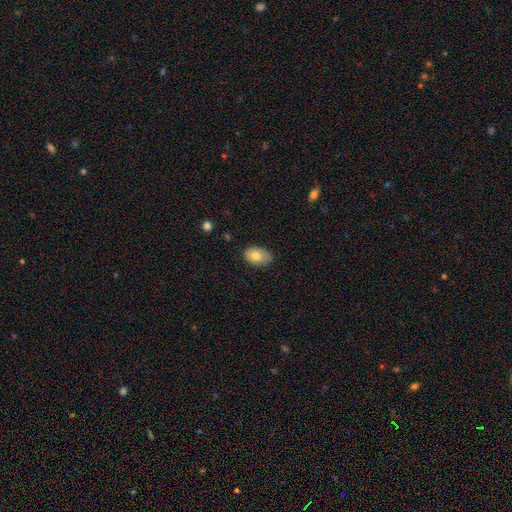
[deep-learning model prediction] Smooth or featured?
  - smooth: 77% *
  - featured or disk: 15%
  - star or artifact: 8%
How rounded?
  - in between: 87% *
  - round: 12%
  - cigar-shaped: 1%
Merging?
  - none: 72% *
  - minor disturbance: 23%
  - major disturbance: 4%
  - merger: 1%